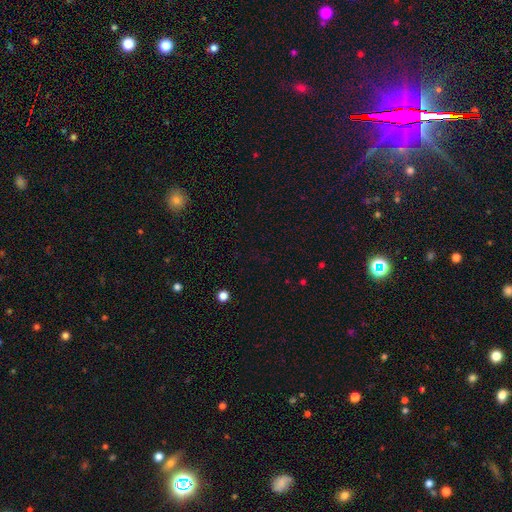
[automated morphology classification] Smooth or featured: star or artifact — 67% (smooth — 26%)